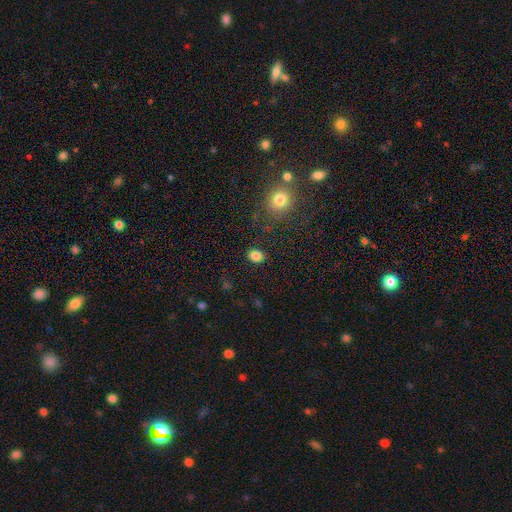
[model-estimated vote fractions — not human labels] smooth-or-featured: smooth: 84% | star or artifact: 11% | featured or disk: 5%
  how-rounded: in between: 50% | round: 49% | cigar-shaped: 1%
  merging: none: 86% | minor disturbance: 9% | major disturbance: 3% | merger: 2%